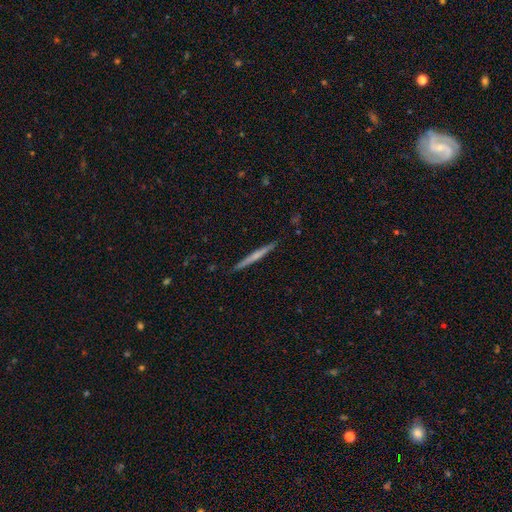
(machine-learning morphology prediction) Smooth or featured: featured or disk — 52% (smooth — 42%)
Edge-on disk: yes — 98% (no — 2%)
Edge-on bulge: none — 63% (rounded — 31%)
Merging: none — 91% (minor disturbance — 7%)